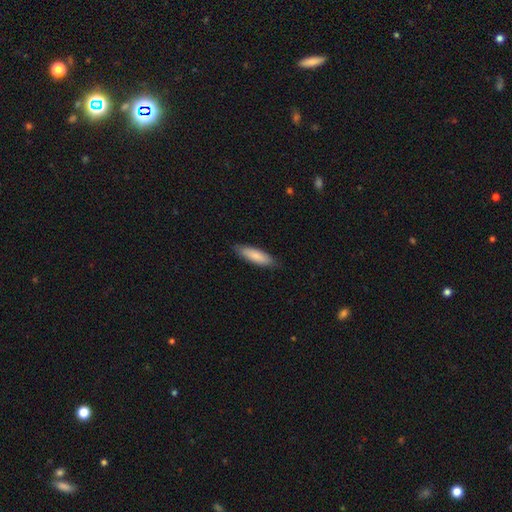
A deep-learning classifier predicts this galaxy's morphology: smooth-or-featured: smooth: 82% | featured or disk: 12% | star or artifact: 5%
  how-rounded: cigar-shaped: 54% | in between: 44% | round: 1%
  merging: none: 84% | minor disturbance: 13% | major disturbance: 2% | merger: 1%